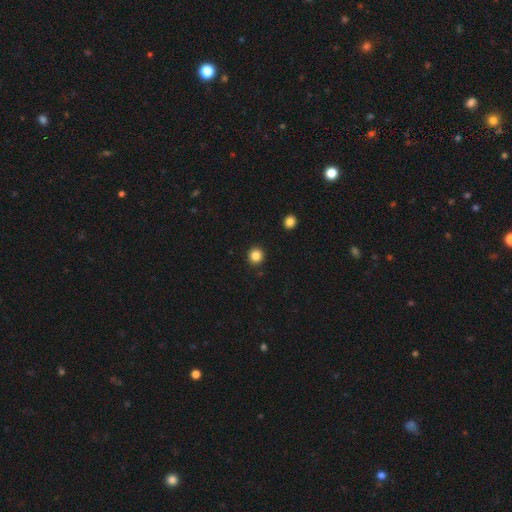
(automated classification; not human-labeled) The model was most divided on "smooth or featured": smooth: 85%, star or artifact: 11%, featured or disk: 4%. More confident: how rounded — round (94%); merging — none (93%).